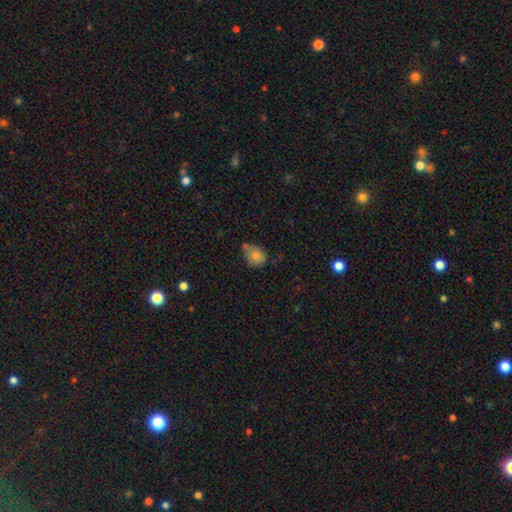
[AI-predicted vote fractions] smooth 76%, featured or disk 14%, star or artifact 10%. Down the decision tree: how rounded — round (58%); merging — none (45%).